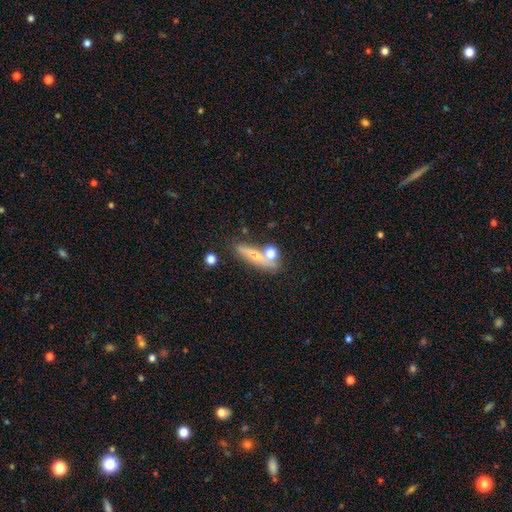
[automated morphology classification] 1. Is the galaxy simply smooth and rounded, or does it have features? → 46% smooth, 43% featured or disk, 11% star or artifact.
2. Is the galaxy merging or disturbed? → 62% none, 19% merger, 14% minor disturbance, 6% major disturbance.